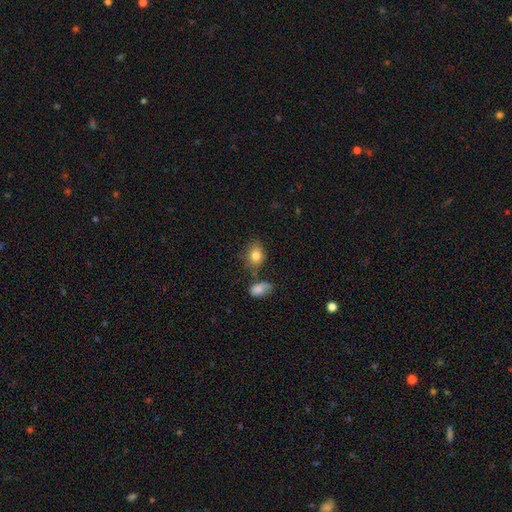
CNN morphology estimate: Smooth or featured?
  - smooth: 81% *
  - featured or disk: 10%
  - star or artifact: 9%
How rounded?
  - in between: 65% *
  - round: 34%
  - cigar-shaped: 2%
Merging?
  - none: 64% *
  - minor disturbance: 18%
  - merger: 12%
  - major disturbance: 5%